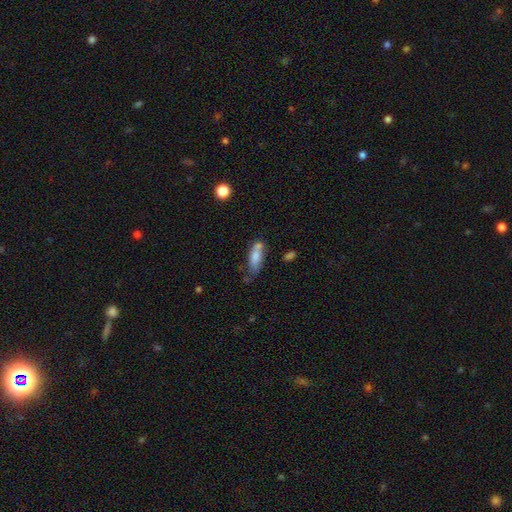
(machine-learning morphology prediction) Q: Smooth or featured?
A: smooth (75%); runner-up: featured or disk (18%)
Q: How rounded?
A: in between (63%); runner-up: cigar-shaped (35%)
Q: Merging?
A: none (49%); runner-up: minor disturbance (25%)